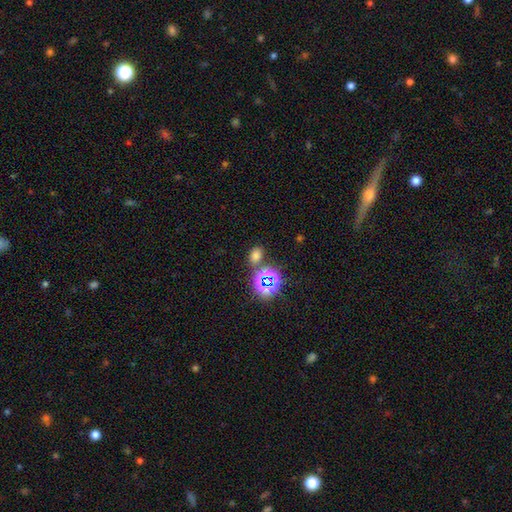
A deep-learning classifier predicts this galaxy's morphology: Smooth or featured?
  - smooth: 63% *
  - star or artifact: 31%
  - featured or disk: 6%
How rounded?
  - in between: 66% *
  - round: 33%
  - cigar-shaped: 1%
Merging?
  - none: 75% *
  - merger: 11%
  - minor disturbance: 10%
  - major disturbance: 4%